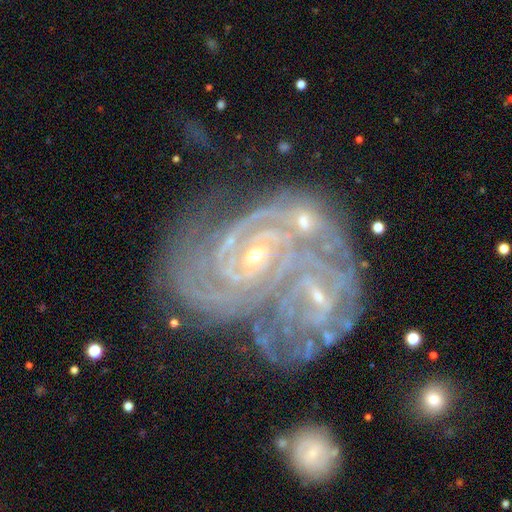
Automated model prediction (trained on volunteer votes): A featured or disk galaxy (90%) with no bar (47%), 2 (30%) tight (75%) spiral arms (97%) and a small central bulge (66%). Merging: merger (50%).